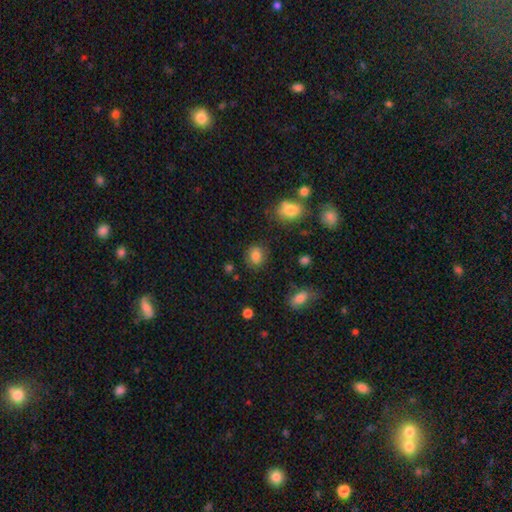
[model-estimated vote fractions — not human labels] A smooth galaxy with no disk features (82%) that is round (57%). Merging: none (79%).